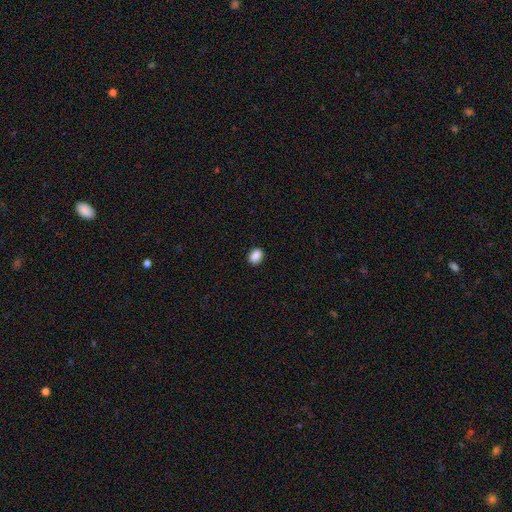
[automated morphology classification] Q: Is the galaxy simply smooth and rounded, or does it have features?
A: smooth — 89%.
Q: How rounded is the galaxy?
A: in between — 67%.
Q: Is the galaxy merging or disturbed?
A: none — 89%.